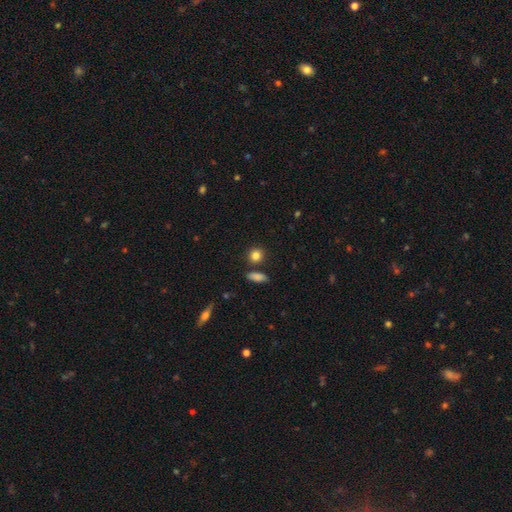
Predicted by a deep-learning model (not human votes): smooth_or_featured: smooth (p=0.85) [alt: star or artifact p=0.09]
how_rounded: round (p=0.79) [alt: in between p=0.19]
merging: none (p=0.80) [alt: minor disturbance p=0.09]